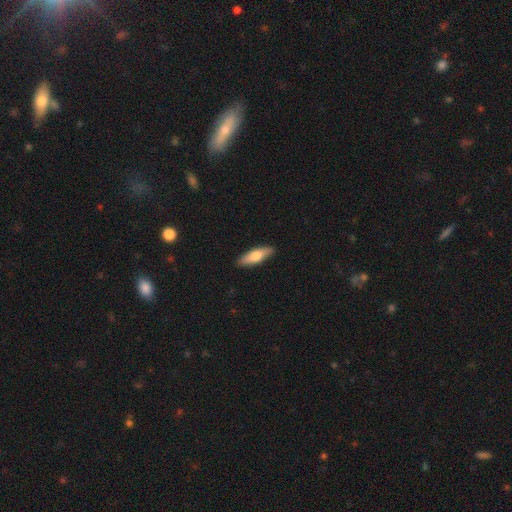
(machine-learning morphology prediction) Smooth or featured: smooth — 70% (featured or disk — 25%)
How rounded: cigar-shaped — 51% (in between — 47%)
Merging: none — 89% (minor disturbance — 8%)